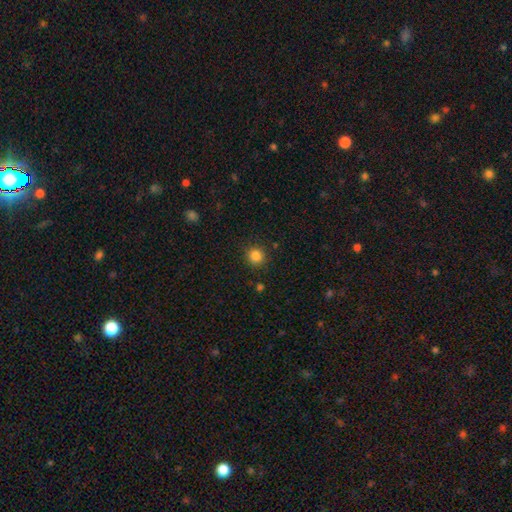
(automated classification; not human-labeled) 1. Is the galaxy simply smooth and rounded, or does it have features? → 85% smooth, 11% star or artifact, 4% featured or disk.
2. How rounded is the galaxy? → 92% round, 7% in between, 1% cigar-shaped.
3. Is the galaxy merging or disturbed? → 89% none, 7% minor disturbance, 3% major disturbance, 2% merger.